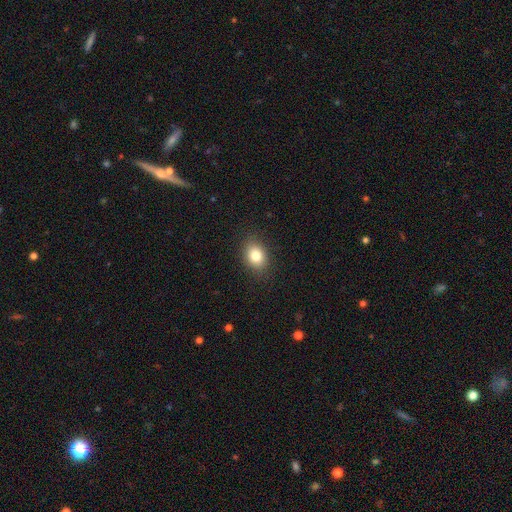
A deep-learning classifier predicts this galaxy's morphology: type=smooth (82%); roundness=in between (64%); merging=none (87%).